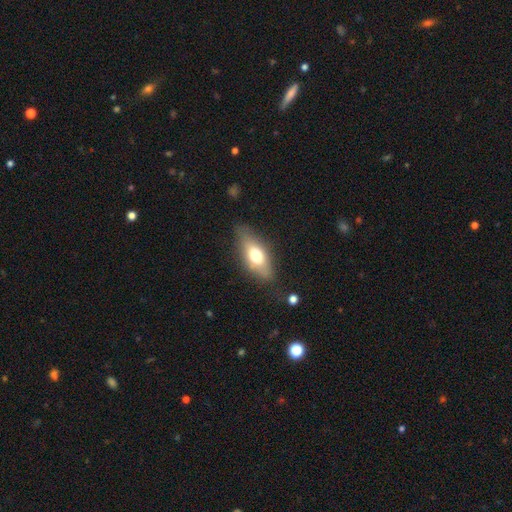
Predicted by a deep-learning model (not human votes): smooth 63%, featured or disk 30%, star or artifact 7%. Down the decision tree: how rounded — in between (76%); merging — none (74%).